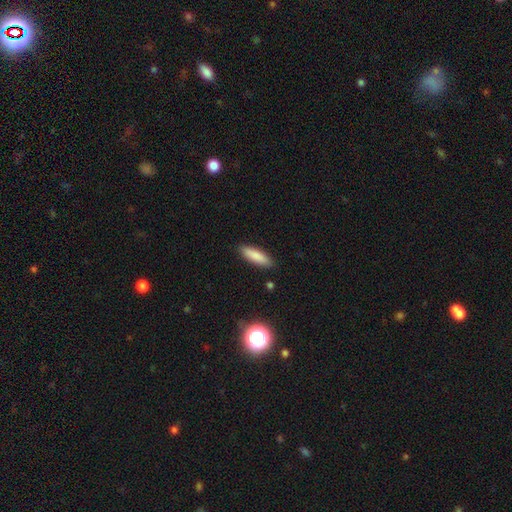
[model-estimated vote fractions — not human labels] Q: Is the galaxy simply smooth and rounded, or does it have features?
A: smooth — 85%.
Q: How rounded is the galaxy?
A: cigar-shaped — 59%.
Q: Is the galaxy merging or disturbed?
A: none — 88%.